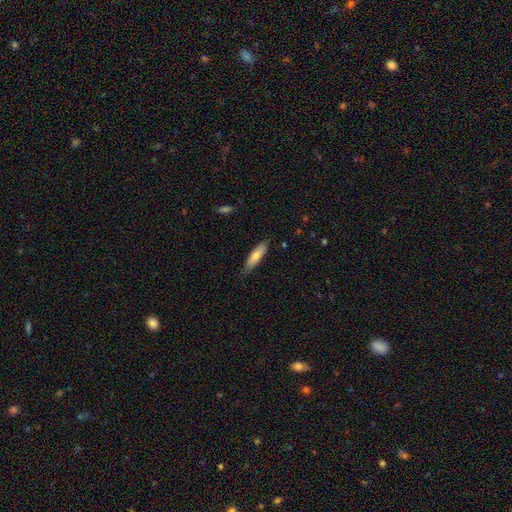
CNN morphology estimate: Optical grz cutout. It shows a smooth galaxy with no disk features (72%) that is cigar-shaped (68%). Merging: none (79%).